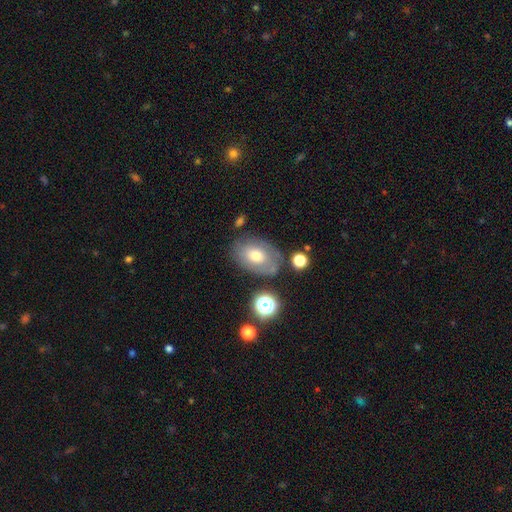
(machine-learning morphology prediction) smooth_or_featured: smooth (p=0.60) [alt: featured or disk p=0.30]
how_rounded: in between (p=0.81) [alt: round p=0.18]
merging: none (p=0.65) [alt: minor disturbance p=0.21]